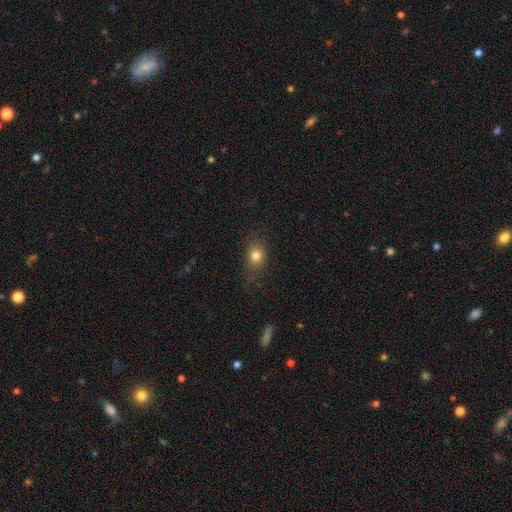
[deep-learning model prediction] Morphology: type=smooth (79%); roundness=round (50%); merging=none (75%).